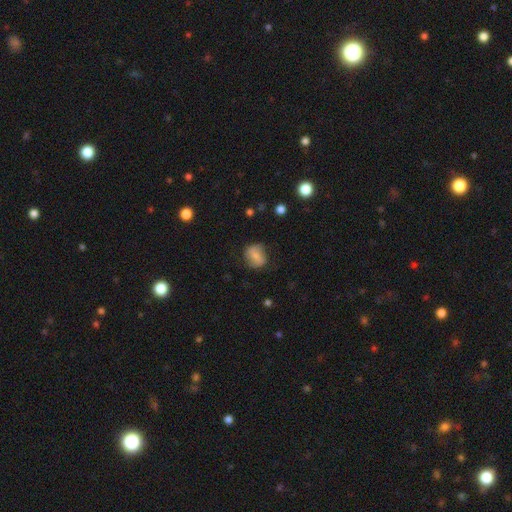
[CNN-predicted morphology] Overall: smooth (63%; featured or disk 29%). How rounded: round (66%; in between 33%). Merging: none (73%).